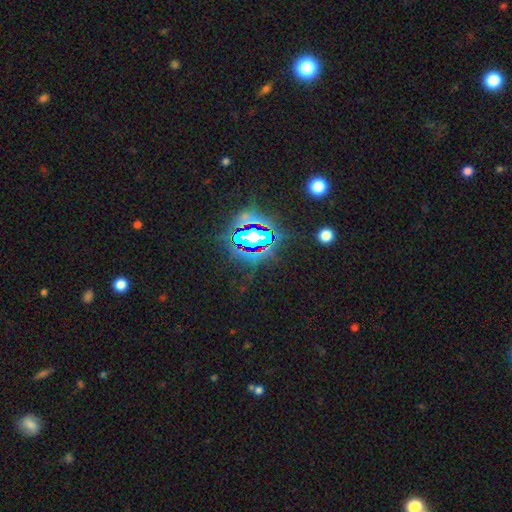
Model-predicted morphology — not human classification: This is clearly a star or artifact rather than a galaxy (82%).